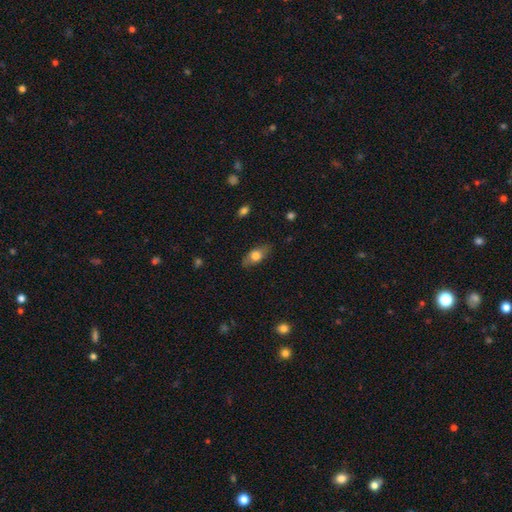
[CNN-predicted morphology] The model was most divided on "smooth or featured": smooth: 69%, featured or disk: 23%, star or artifact: 7%. More confident: how rounded — in between (81%); merging — none (79%).